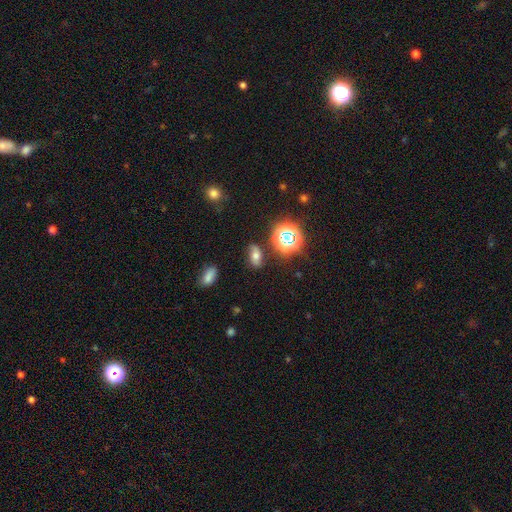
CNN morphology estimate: type=smooth (52%); roundness=in between (80%); merging=none (75%).